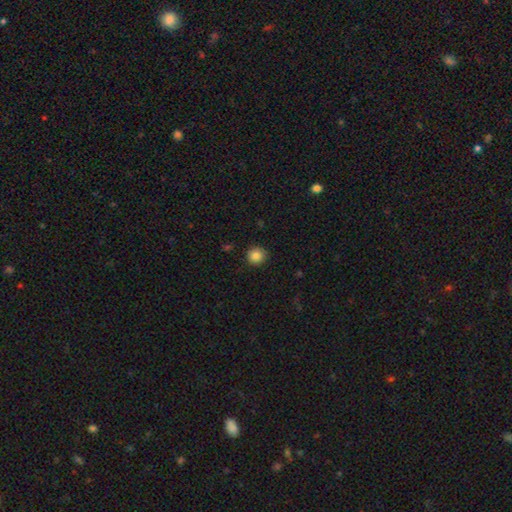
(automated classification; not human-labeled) A smooth galaxy with no disk features (85%) that is round (92%). Merging: none (90%).